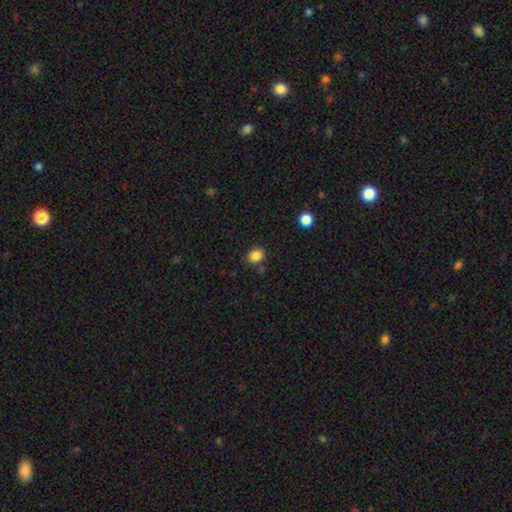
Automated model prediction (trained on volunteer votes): A smooth galaxy with no disk features (86%) that is in between round and cigar-shaped (53%). Merging: none (81%).